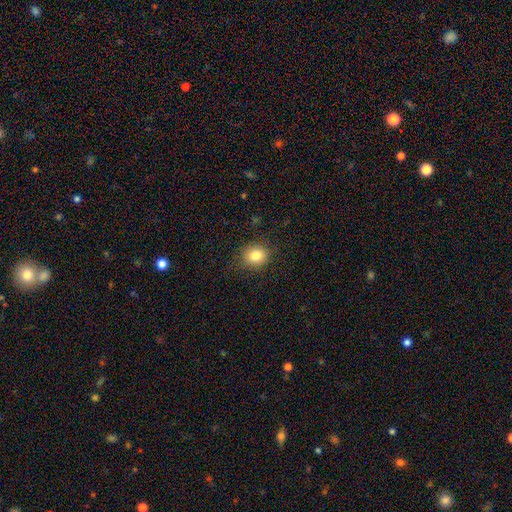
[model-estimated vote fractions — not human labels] This appears to be a smooth galaxy with no disk features (82%) that is round (71%). Merging: none (83%).